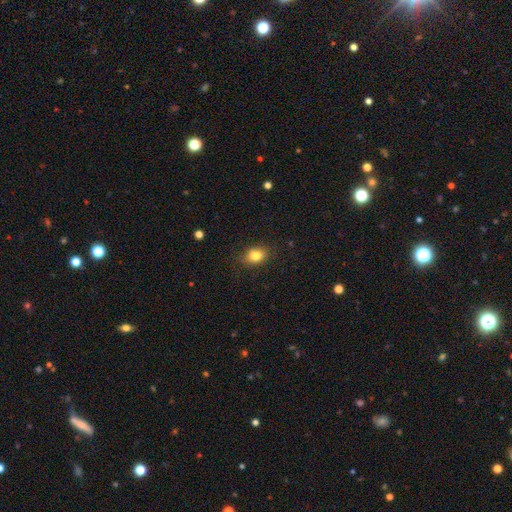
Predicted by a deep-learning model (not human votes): Smooth or featured: smooth — 82% (star or artifact — 10%)
How rounded: in between — 66% (round — 32%)
Merging: none — 83% (minor disturbance — 13%)